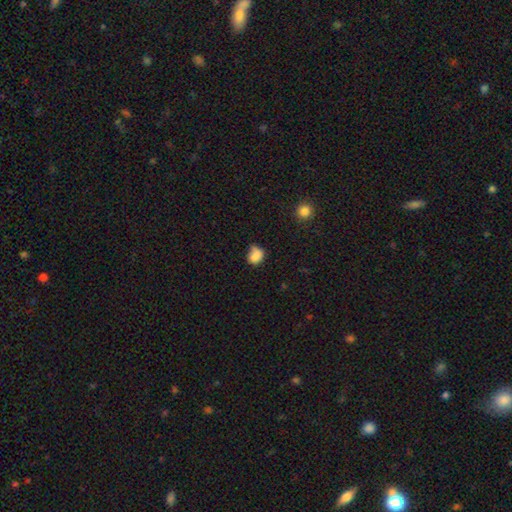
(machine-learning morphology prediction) Smooth or featured: smooth — 80% (star or artifact — 11%)
How rounded: in between — 53% (round — 46%)
Merging: none — 42% (minor disturbance — 33%)